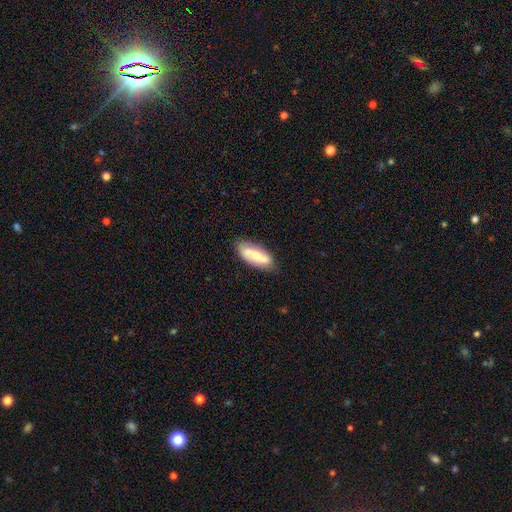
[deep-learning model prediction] This appears to be a smooth galaxy with no disk features (52%) that is in between round and cigar-shaped (74%). Merging: none (81%).